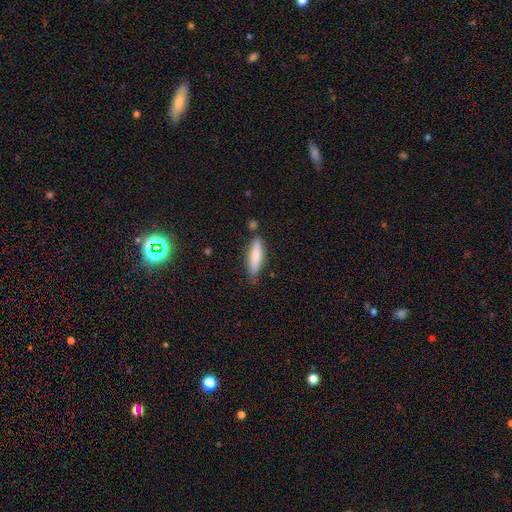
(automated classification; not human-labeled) Morphology: type=smooth (79%); roundness=cigar-shaped (66%); merging=none (75%).